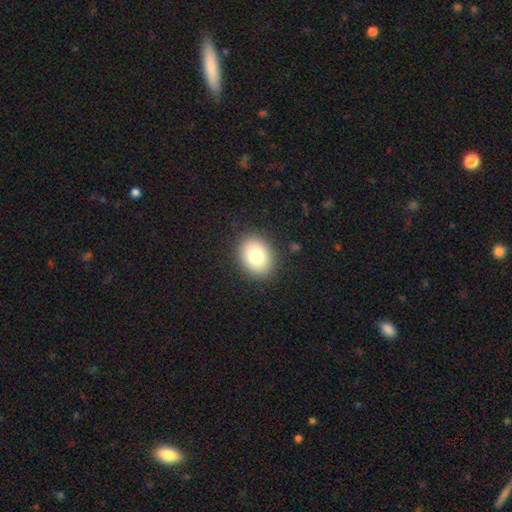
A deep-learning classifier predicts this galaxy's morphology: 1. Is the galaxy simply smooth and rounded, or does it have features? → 77% smooth, 13% featured or disk, 10% star or artifact.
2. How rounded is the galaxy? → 54% in between, 46% round, 1% cigar-shaped.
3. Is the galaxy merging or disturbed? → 88% none, 8% minor disturbance, 3% major disturbance, 1% merger.